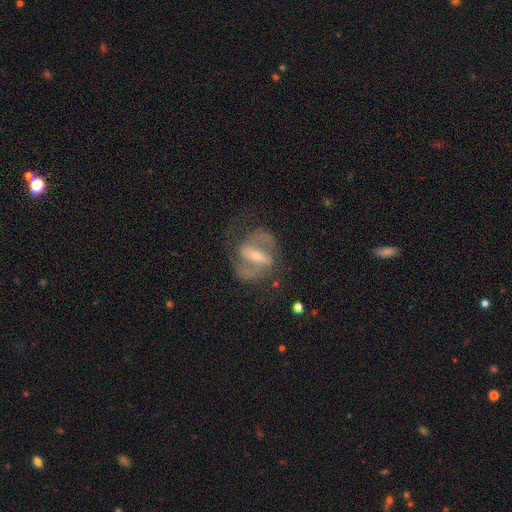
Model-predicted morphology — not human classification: featured or disk 83%, smooth 10%, star or artifact 7%. Down the decision tree: edge-on disk — no (94%); bar — strong (60%); spiral arms — yes (89%); spiral arm count — 2 (85%); spiral winding — medium (54%); bulge size — small (50%); merging — none (65%).